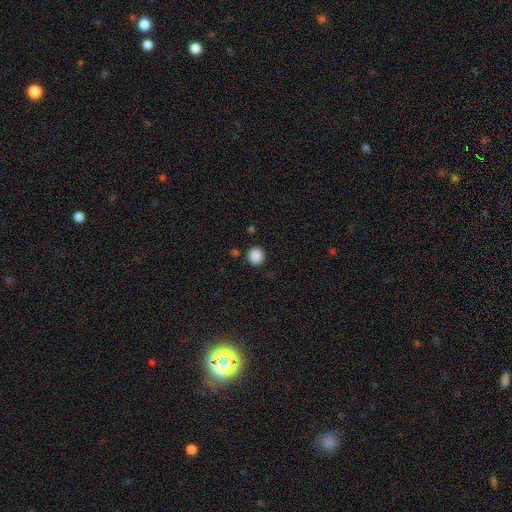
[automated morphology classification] Smooth or featured? smooth (87%)
How rounded? round (90%)
Merging? none (88%)